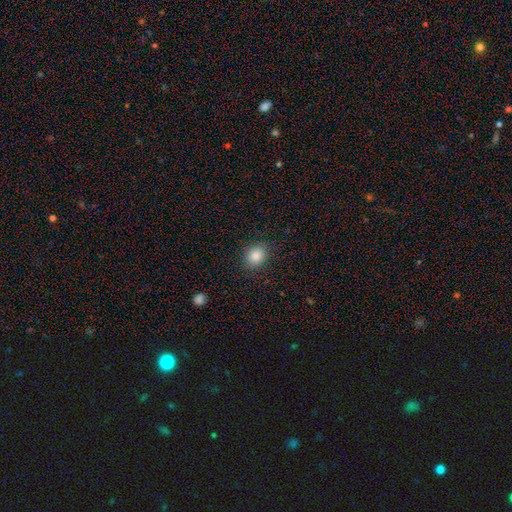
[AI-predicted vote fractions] smooth 86%, star or artifact 10%, featured or disk 5%. Down the decision tree: how rounded — round (59%); merging — none (88%).